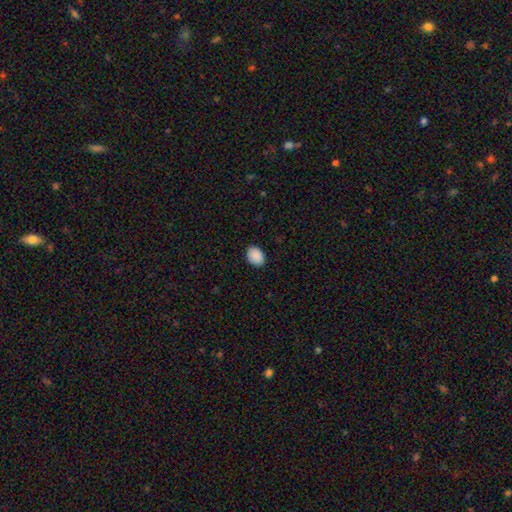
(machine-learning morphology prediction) Smooth or featured: smooth — 90% (star or artifact — 7%)
How rounded: in between — 71% (round — 28%)
Merging: none — 89% (minor disturbance — 9%)